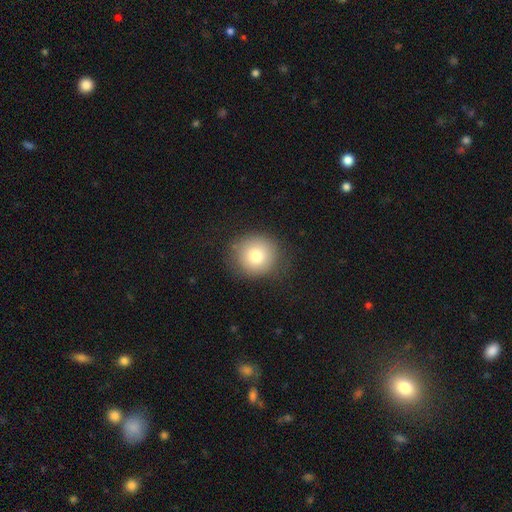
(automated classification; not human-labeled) smooth_or_featured: smooth (p=0.78) [alt: featured or disk p=0.11]
how_rounded: round (p=0.93) [alt: in between p=0.07]
merging: none (p=0.84) [alt: minor disturbance p=0.11]